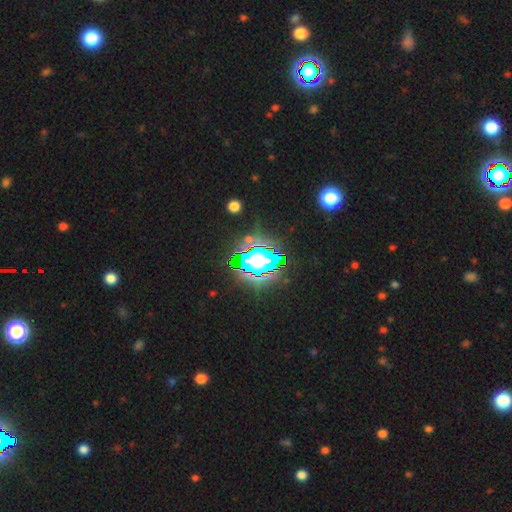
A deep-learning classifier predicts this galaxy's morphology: Q: Smooth or featured?
A: star or artifact (83%); runner-up: smooth (10%)